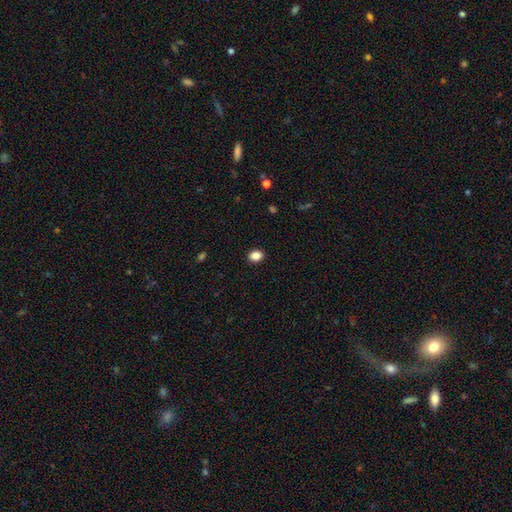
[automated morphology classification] Overall: smooth (87%). How rounded: in between (60%; round 39%). Merging: none (91%).